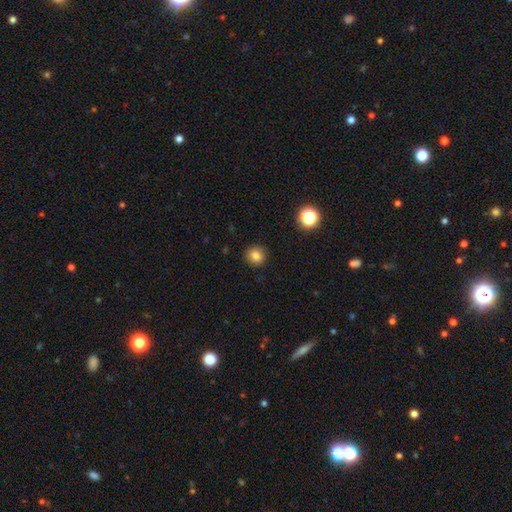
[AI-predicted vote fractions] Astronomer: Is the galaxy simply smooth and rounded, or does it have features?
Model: smooth — 81%.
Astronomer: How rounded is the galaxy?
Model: round — 90%.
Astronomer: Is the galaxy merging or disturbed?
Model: none — 91%.